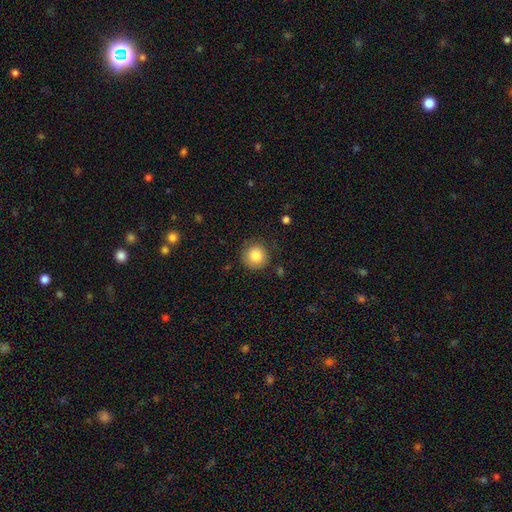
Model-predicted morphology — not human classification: type=smooth (83%); roundness=round (94%); merging=none (87%).